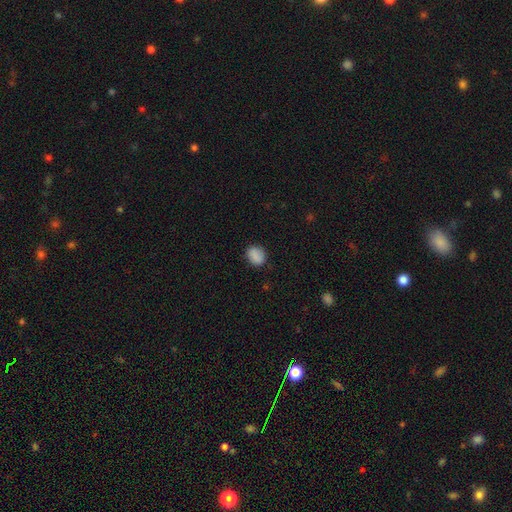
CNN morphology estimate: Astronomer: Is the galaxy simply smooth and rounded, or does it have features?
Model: smooth — 85%.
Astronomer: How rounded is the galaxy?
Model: round — 52% (runner-up: in between, 46%).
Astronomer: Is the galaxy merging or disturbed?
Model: none — 81%.